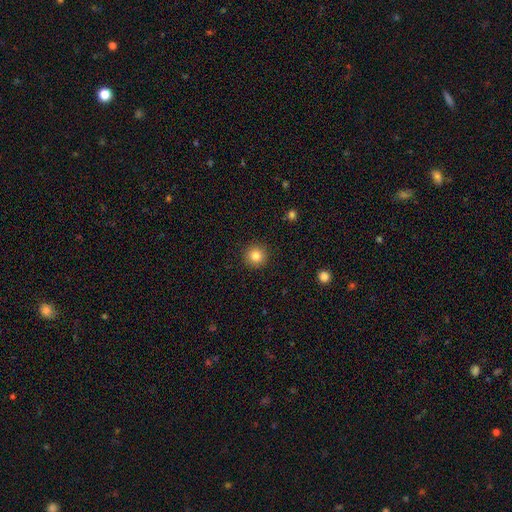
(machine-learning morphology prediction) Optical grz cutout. It shows a smooth galaxy with no disk features (83%) that is round (95%). Merging: none (92%).